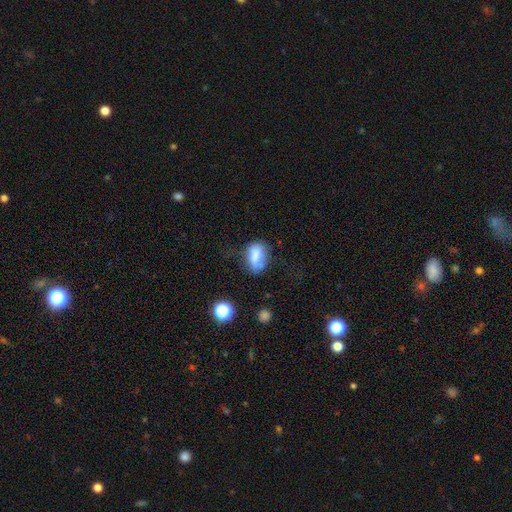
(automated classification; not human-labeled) Smooth or featured? Predicted: smooth (p=0.73). How rounded? Predicted: in between (p=0.82). Merging? Predicted: none (p=0.47).